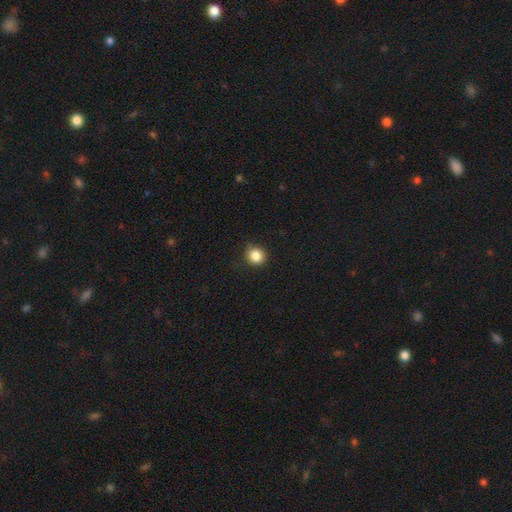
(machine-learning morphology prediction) A smooth galaxy with no disk features (85%) that is round (88%).

Vote fractions:
- Smooth or featured? smooth: 85% / star or artifact: 10% / featured or disk: 4%
- How rounded? round: 88% / in between: 11% / cigar-shaped: 1%
- Merging? none: 85% / minor disturbance: 12% / major disturbance: 3% / merger: 1%